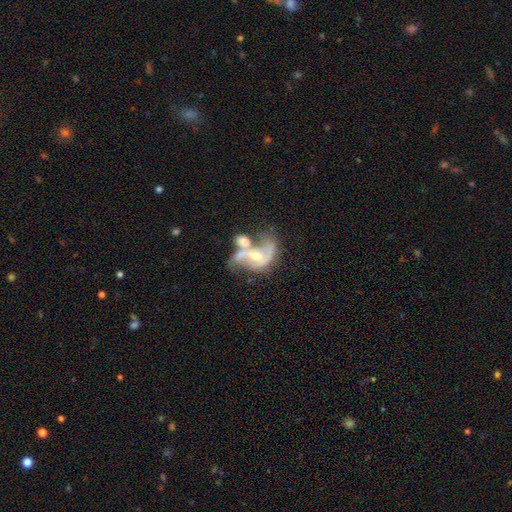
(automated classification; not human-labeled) A featured or disk galaxy (78%) with no bar (49%), 2 (77%) loose (58%) spiral arms (83%) and a moderate central bulge (60%).

Vote fractions:
- Smooth or featured? featured or disk: 78% / smooth: 14% / star or artifact: 8%
- Edge-on disk? no: 97% / yes: 3%
- Bar? no: 49% / weak: 35% / strong: 15%
- Spiral arms? yes: 83% / no: 17%
- Spiral winding? loose: 58% / medium: 33% / tight: 9%
- Spiral arm count? 2: 77% / 1: 10% / can't tell: 9% / 3: 3% / 4: 1% / more than 4: 1%
- Bulge size? moderate: 60% / small: 31% / large: 4% / none: 3% / dominant: 1%
- Merging? merger: 55% / none: 19% / major disturbance: 16% / minor disturbance: 11%